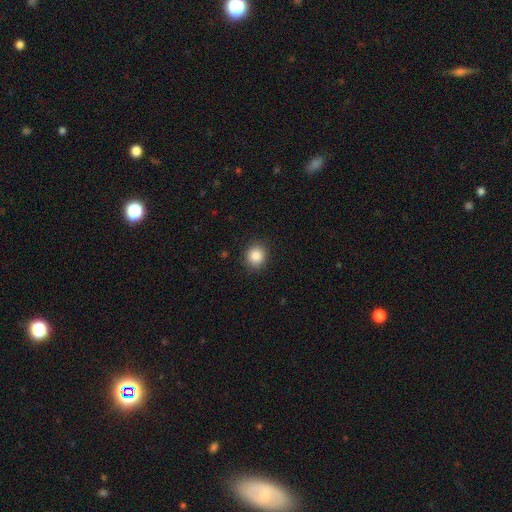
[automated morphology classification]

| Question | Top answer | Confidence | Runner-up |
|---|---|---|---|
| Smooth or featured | smooth | 87% | star or artifact (10%) |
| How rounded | round | 85% | in between (14%) |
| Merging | none | 90% | minor disturbance (7%) |